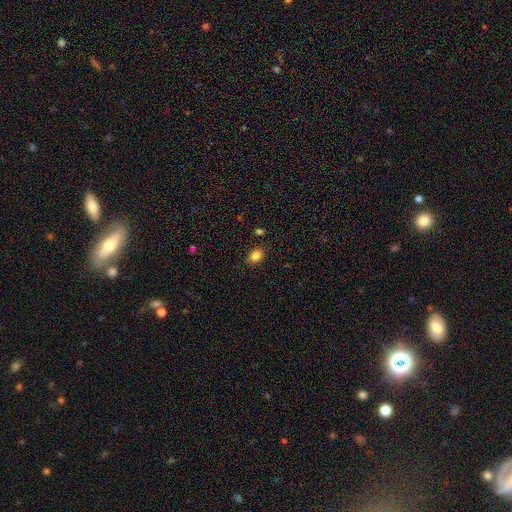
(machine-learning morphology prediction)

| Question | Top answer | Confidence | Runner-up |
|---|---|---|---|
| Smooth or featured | smooth | 84% | star or artifact (10%) |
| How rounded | in between | 66% | round (33%) |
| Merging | none | 86% | minor disturbance (10%) |